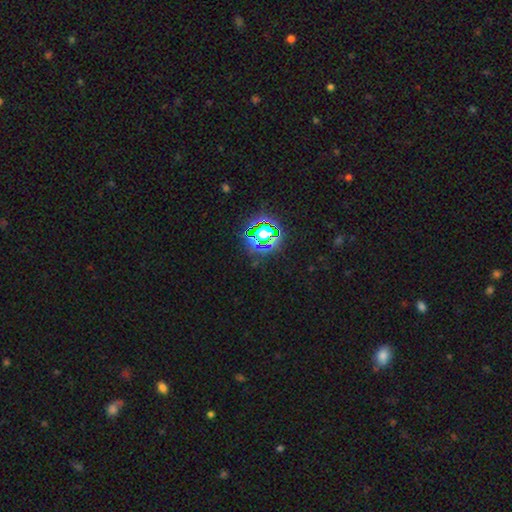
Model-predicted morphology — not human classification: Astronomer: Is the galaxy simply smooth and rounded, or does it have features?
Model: star or artifact — 80%.